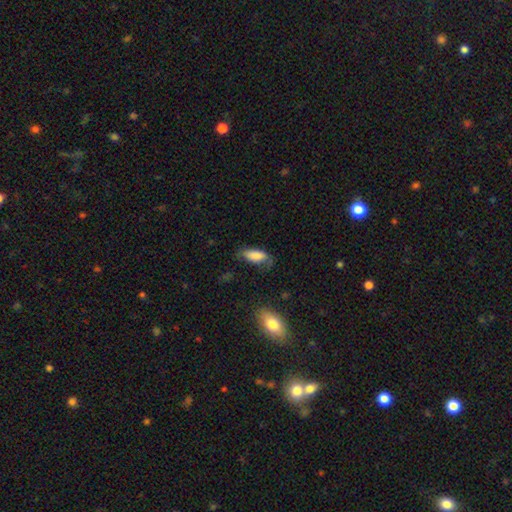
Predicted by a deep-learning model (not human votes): smooth 80%, featured or disk 13%, star or artifact 7%. Down the decision tree: how rounded — in between (83%); merging — none (52%).